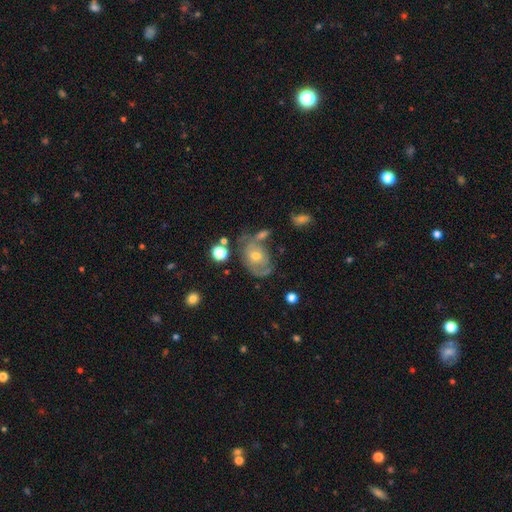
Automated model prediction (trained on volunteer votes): Smooth or featured?
  - featured or disk: 60% *
  - smooth: 30%
  - star or artifact: 10%
Edge-on disk?
  - no: 95% *
  - yes: 5%
Bar?
  - no: 71% *
  - weak: 24%
  - strong: 5%
Spiral arms?
  - yes: 66% *
  - no: 34%
Bulge size?
  - small: 52% *
  - moderate: 43%
  - large: 2%
  - none: 2%
  - dominant: 1%
Merging?
  - none: 45% *
  - minor disturbance: 24%
  - major disturbance: 18%
  - merger: 13%